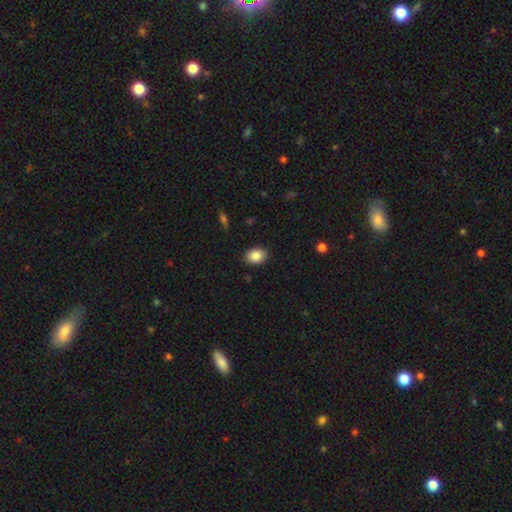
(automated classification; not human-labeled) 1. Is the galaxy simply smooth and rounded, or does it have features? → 87% smooth, 8% star or artifact, 5% featured or disk.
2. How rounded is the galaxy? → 69% in between, 30% round, 1% cigar-shaped.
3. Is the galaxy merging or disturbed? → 89% none, 8% minor disturbance, 2% major disturbance, 1% merger.